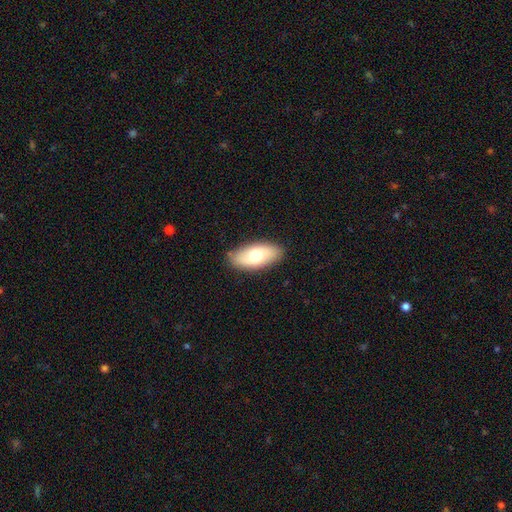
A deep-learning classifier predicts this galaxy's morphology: Smooth or featured: smooth — 66% (featured or disk — 29%)
How rounded: in between — 90% (cigar-shaped — 7%)
Merging: none — 87% (minor disturbance — 10%)